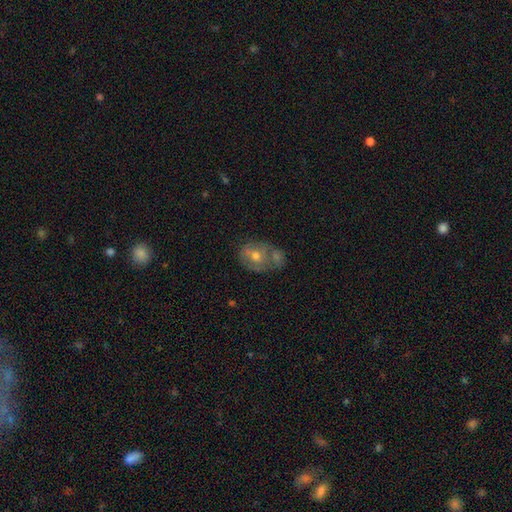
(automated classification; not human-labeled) A smooth galaxy with no disk features (50%).

Vote fractions:
- Smooth or featured? smooth: 50% / featured or disk: 41% / star or artifact: 9%
- Merging? merger: 39% / none: 36% / minor disturbance: 17% / major disturbance: 8%